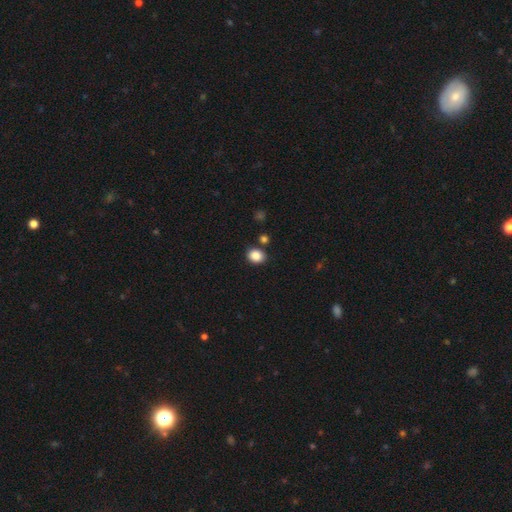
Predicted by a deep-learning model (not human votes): smooth_or_featured: smooth (p=0.87) [alt: star or artifact p=0.09]
how_rounded: round (p=0.57) [alt: in between p=0.42]
merging: none (p=0.82) [alt: minor disturbance p=0.09]